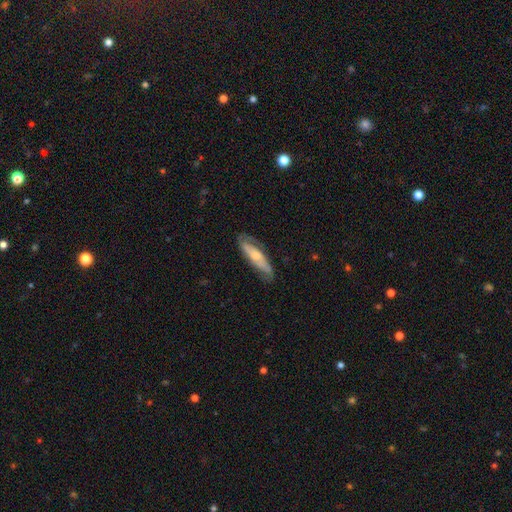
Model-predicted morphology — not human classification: smooth_or_featured: featured or disk (p=0.49) [alt: smooth p=0.45]
merging: none (p=0.72) [alt: minor disturbance p=0.21]